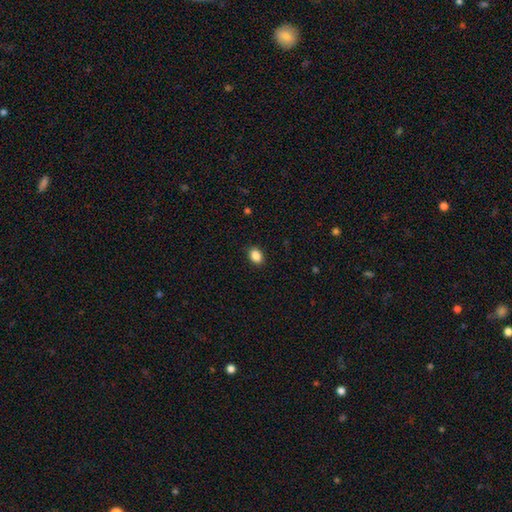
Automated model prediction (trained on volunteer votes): smooth-or-featured: smooth: 88% | star or artifact: 9% | featured or disk: 3%
  how-rounded: in between: 74% | round: 25% | cigar-shaped: 1%
  merging: none: 89% | minor disturbance: 8% | major disturbance: 2% | merger: 1%